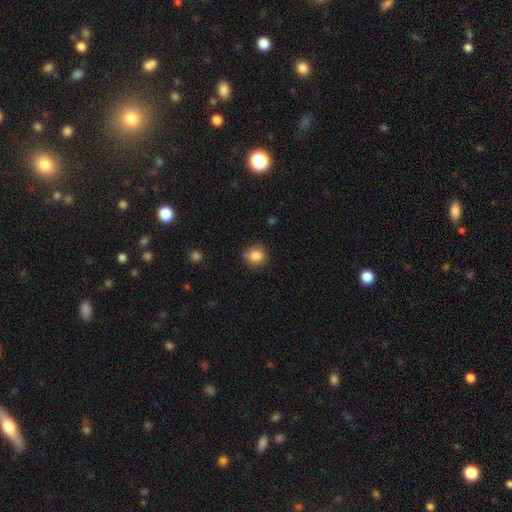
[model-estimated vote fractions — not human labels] A smooth galaxy with no disk features (84%) that is round (88%). Merging: none (77%).